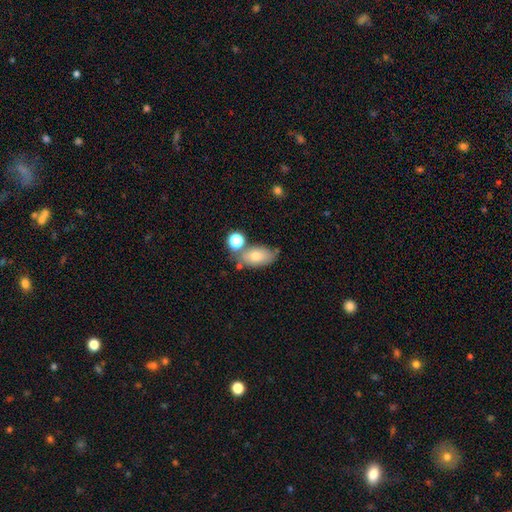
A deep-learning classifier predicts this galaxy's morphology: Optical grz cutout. It shows a smooth galaxy with no disk features (75%) that is in between round and cigar-shaped (89%). Merging: none (61%).